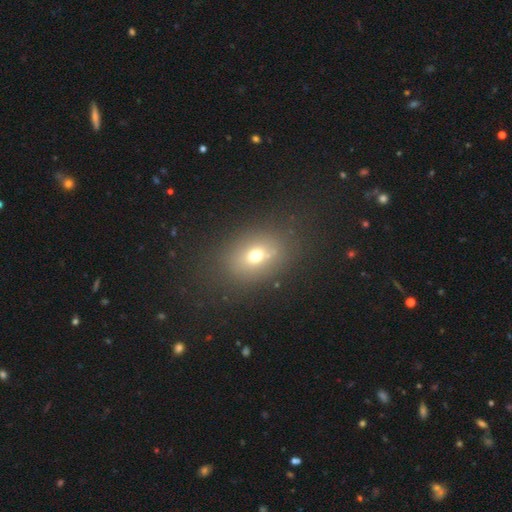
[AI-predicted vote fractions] A smooth galaxy with no disk features (67%) that is in between round and cigar-shaped (64%).

Vote fractions:
- Smooth or featured? smooth: 67% / star or artifact: 17% / featured or disk: 17%
- How rounded? in between: 64% / round: 35% / cigar-shaped: 2%
- Merging? none: 76% / minor disturbance: 13% / major disturbance: 7% / merger: 3%